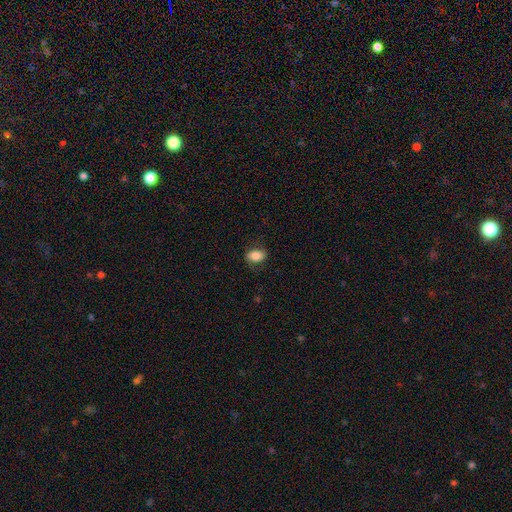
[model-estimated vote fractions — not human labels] This is likely a smooth galaxy (76%). How rounded: likely in between (80%). Merging: likely none (75%).